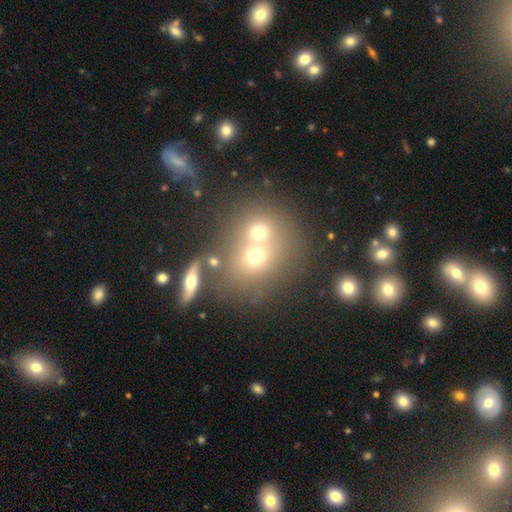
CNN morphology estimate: A smooth galaxy with no disk features (59%) that is round (75%). Merging: merger (52%).